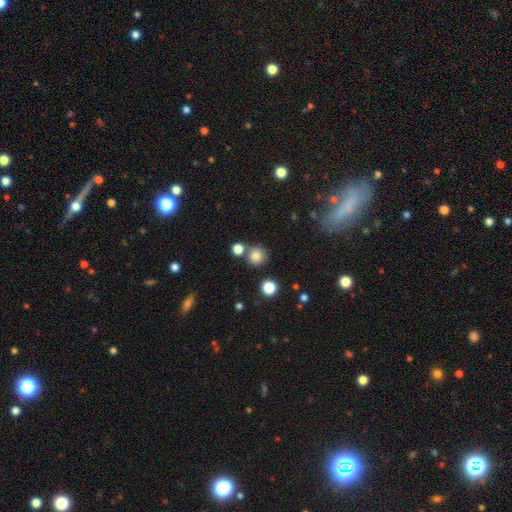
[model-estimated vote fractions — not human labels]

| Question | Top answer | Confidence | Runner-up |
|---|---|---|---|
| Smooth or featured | smooth | 81% | star or artifact (13%) |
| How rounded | round | 90% | in between (9%) |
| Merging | none | 69% | merger (18%) |